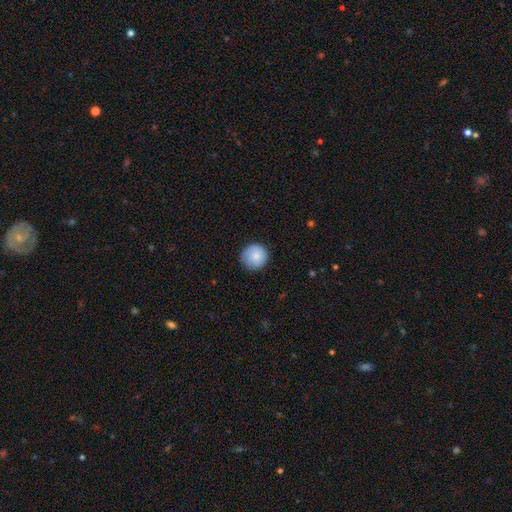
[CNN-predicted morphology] Overall: smooth (84%). How rounded: round (95%). Merging: none (87%).